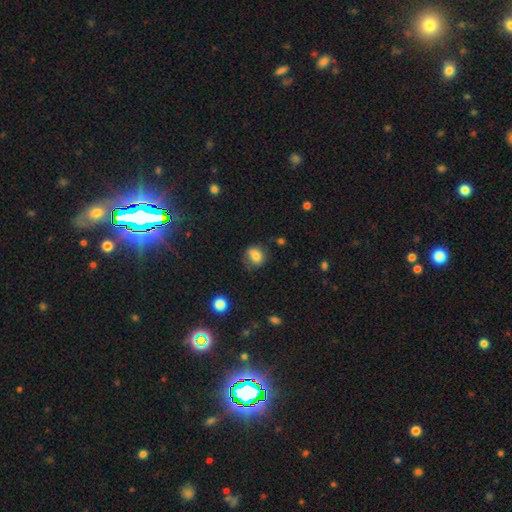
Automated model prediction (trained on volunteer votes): Smooth or featured?
  - smooth: 79% *
  - featured or disk: 10%
  - star or artifact: 10%
How rounded?
  - round: 60% *
  - in between: 39%
  - cigar-shaped: 1%
Merging?
  - none: 68% *
  - minor disturbance: 23%
  - major disturbance: 8%
  - merger: 2%